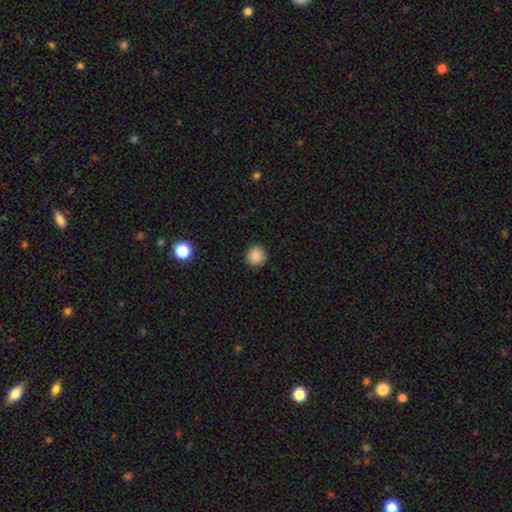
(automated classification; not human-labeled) Q: Smooth or featured?
A: smooth (87%); runner-up: star or artifact (9%)
Q: How rounded?
A: round (94%); runner-up: in between (5%)
Q: Merging?
A: none (91%); runner-up: minor disturbance (6%)